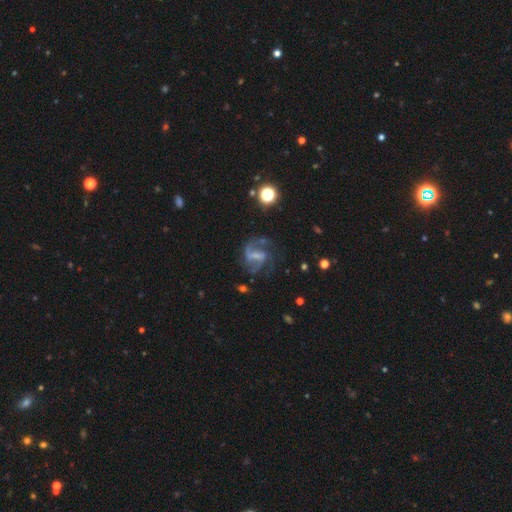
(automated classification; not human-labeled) Smooth or featured? featured or disk (80%)
Edge-on disk? no (97%)
Bar? weak (44%)
Spiral arms? yes (92%)
Spiral winding? medium (49%)
Spiral arm count? 2 (62%)
Bulge size? none (39%)
Merging? none (55%)